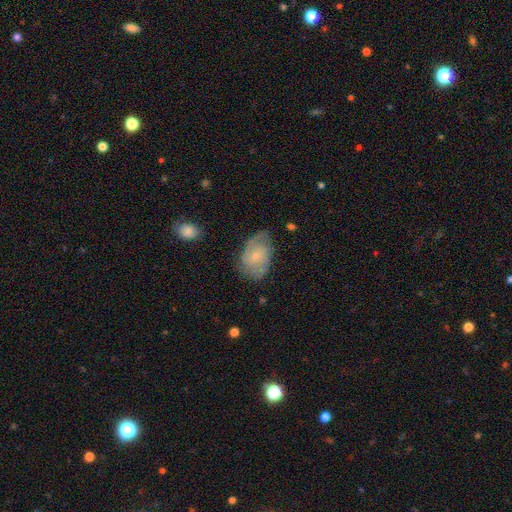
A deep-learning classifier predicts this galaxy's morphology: The model was most divided on "smooth or featured": featured or disk: 58%, smooth: 35%, star or artifact: 7%. More confident: edge-on disk — no (96%); spiral arms — yes (84%); bulge size — small (71%); bar — no (66%); merging — none (64%).